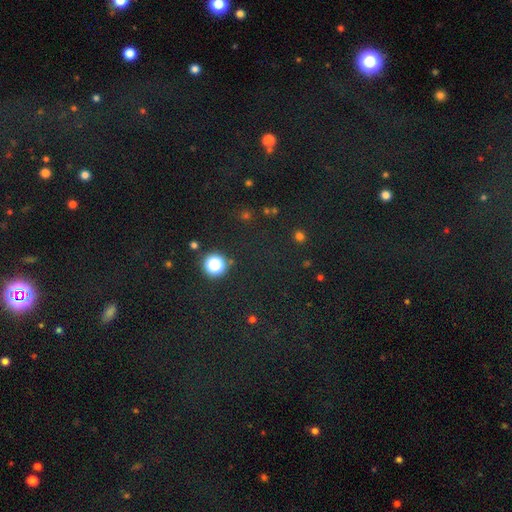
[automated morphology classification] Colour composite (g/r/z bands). It shows a star or artifact, not a galaxy (72%).